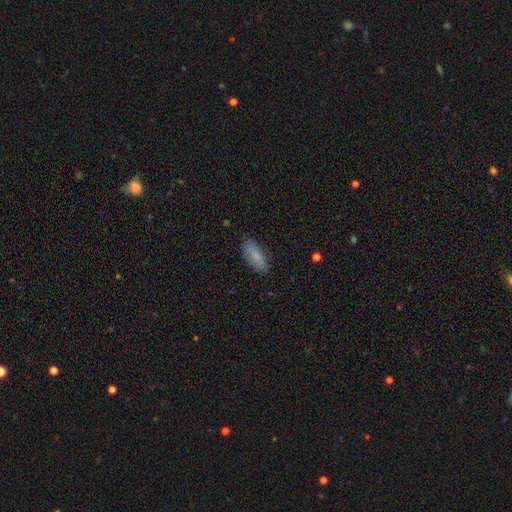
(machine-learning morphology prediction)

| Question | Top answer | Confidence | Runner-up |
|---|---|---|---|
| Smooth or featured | smooth | 83% | featured or disk (10%) |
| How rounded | in between | 73% | cigar-shaped (25%) |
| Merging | none | 84% | minor disturbance (12%) |